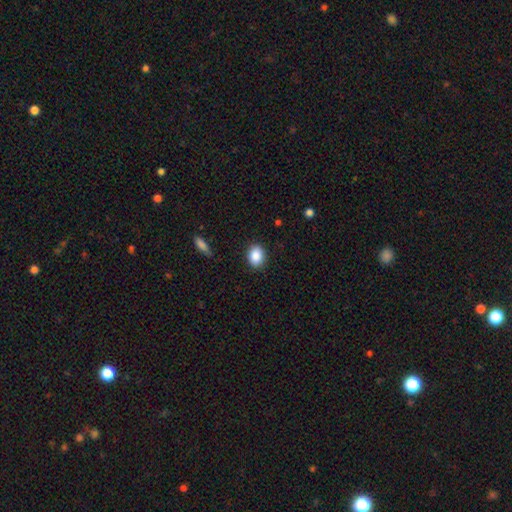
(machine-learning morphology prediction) Smooth or featured: smooth — 88% (star or artifact — 8%)
How rounded: in between — 67% (round — 32%)
Merging: none — 87% (minor disturbance — 10%)